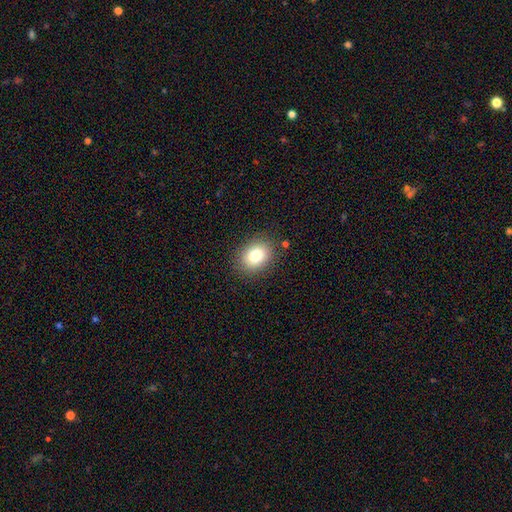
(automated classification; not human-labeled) The model was most divided on "how rounded": in between: 63%, round: 36%, cigar-shaped: 1%. More confident: merging — none (85%); smooth or featured — smooth (80%).